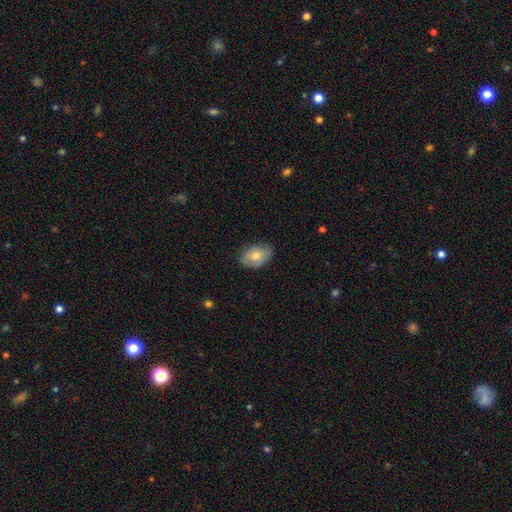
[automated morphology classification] Smooth or featured?
  - smooth: 72% *
  - featured or disk: 21%
  - star or artifact: 7%
How rounded?
  - in between: 86% *
  - round: 13%
  - cigar-shaped: 1%
Merging?
  - none: 77% *
  - minor disturbance: 19%
  - major disturbance: 3%
  - merger: 1%